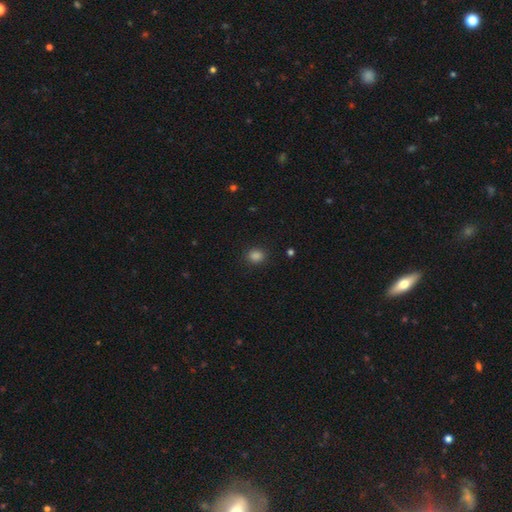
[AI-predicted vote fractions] Overall: smooth (84%). How rounded: round (60%; in between 39%). Merging: none (88%).